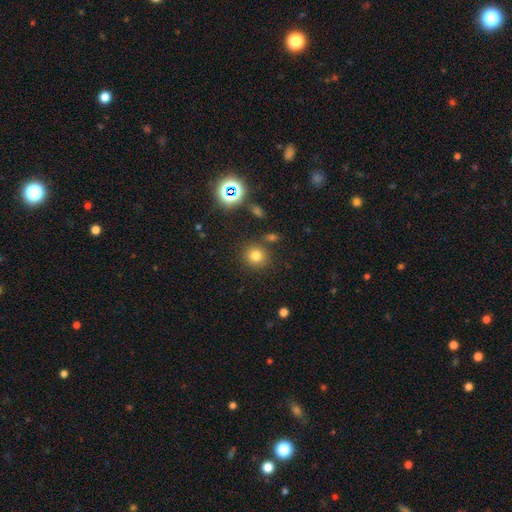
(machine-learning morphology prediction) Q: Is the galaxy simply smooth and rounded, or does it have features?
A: smooth — 75%.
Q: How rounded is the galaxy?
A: round — 89%.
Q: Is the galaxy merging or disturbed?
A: none — 82%.